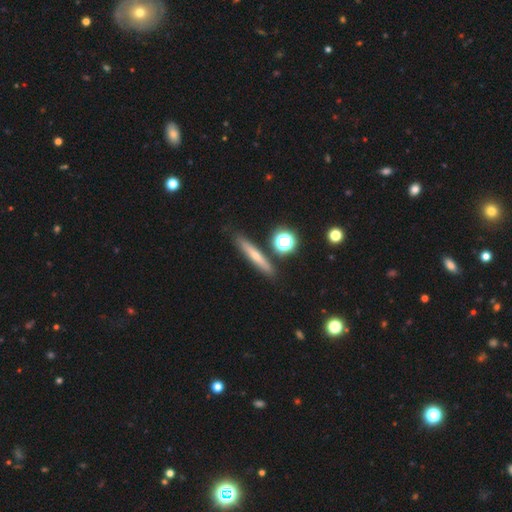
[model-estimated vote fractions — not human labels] Q: Smooth or featured?
A: smooth (47%); runner-up: featured or disk (43%)
Q: Merging?
A: none (83%); runner-up: minor disturbance (10%)